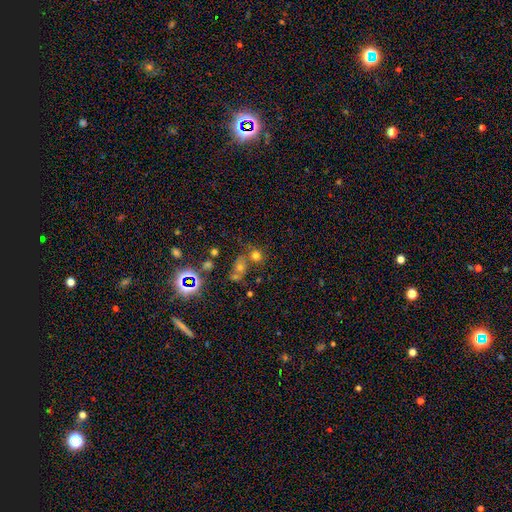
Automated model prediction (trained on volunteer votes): This appears to be a smooth galaxy with no disk features (63%) that is round (78%). Merging: none (53%).